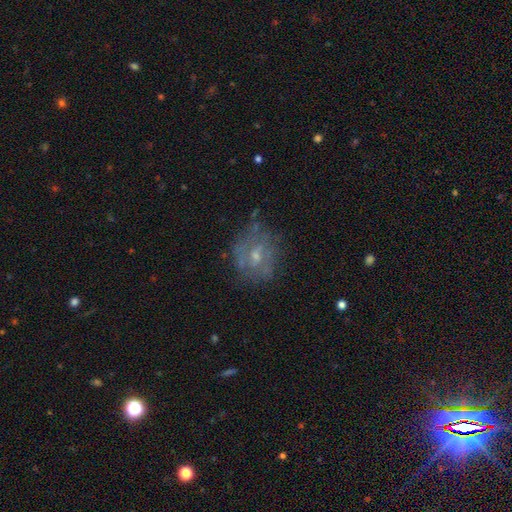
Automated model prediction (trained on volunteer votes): Q: Smooth or featured?
A: featured or disk (59%); runner-up: smooth (30%)
Q: Edge-on disk?
A: no (97%); runner-up: yes (3%)
Q: Bar?
A: no (54%); runner-up: weak (39%)
Q: Spiral arms?
A: no (50%); tied with: yes (50%)
Q: Bulge size?
A: small (52%); runner-up: moderate (39%)
Q: Merging?
A: none (58%); runner-up: minor disturbance (24%)